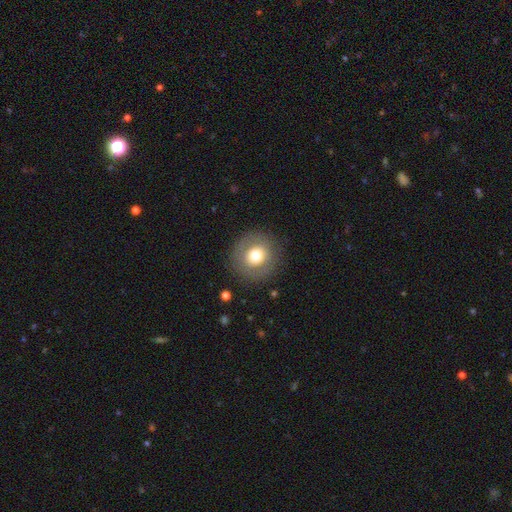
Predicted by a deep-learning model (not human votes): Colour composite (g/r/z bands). It shows a smooth galaxy with no disk features (69%) that is round (93%). Merging: none (87%).